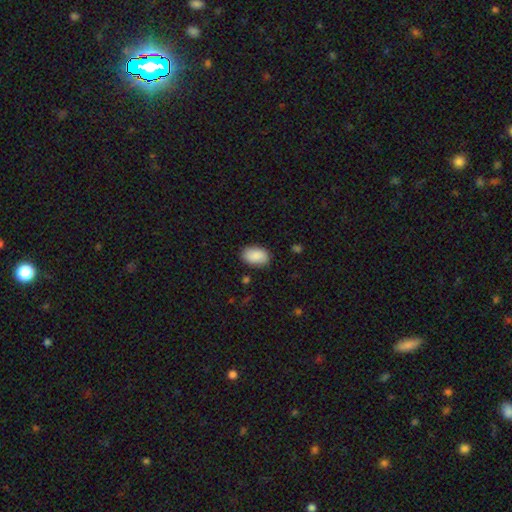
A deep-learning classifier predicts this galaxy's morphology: Smooth or featured? smooth (88%)
How rounded? in between (90%)
Merging? none (84%)